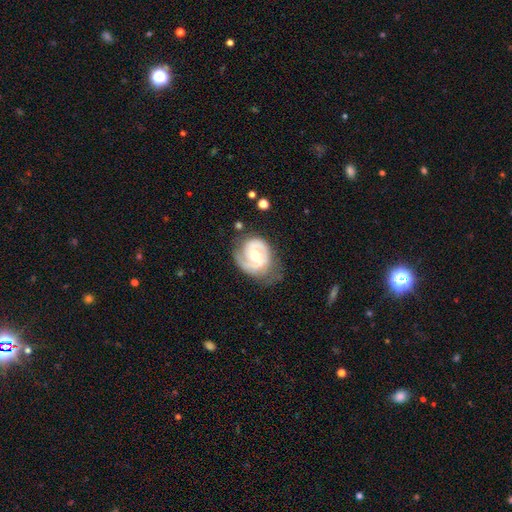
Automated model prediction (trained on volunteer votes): smooth-or-featured: featured or disk: 87% | smooth: 9% | star or artifact: 4%
  disk-edge-on: no: 98% | yes: 2%
    bar: no: 49% | weak: 41% | strong: 9%
    has-spiral-arms: yes: 96% | no: 4%
      spiral-winding: tight: 50% | medium: 41% | loose: 10%
      spiral-arm-count: 2: 74% | 1: 10% | can't tell: 8% | 3: 5% | 4: 1% | more than 4: 1%
    bulge-size: moderate: 56% | small: 38% | large: 4% | none: 2% | dominant: 1%
  merging: none: 59% | minor disturbance: 26% | major disturbance: 13% | merger: 2%